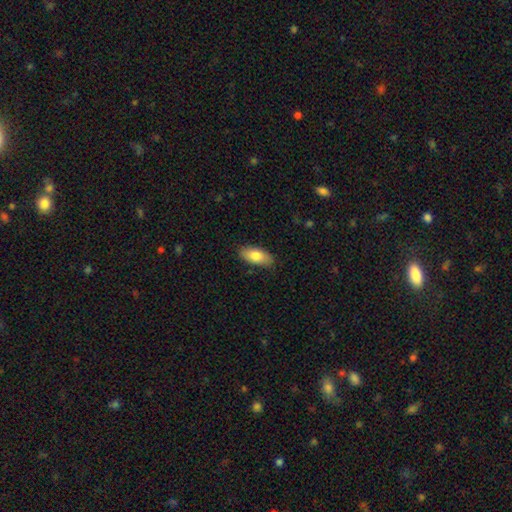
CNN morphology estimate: smooth_or_featured: smooth (p=0.81) [alt: featured or disk p=0.12]
how_rounded: in between (p=0.89) [alt: cigar-shaped p=0.09]
merging: none (p=0.86) [alt: minor disturbance p=0.11]